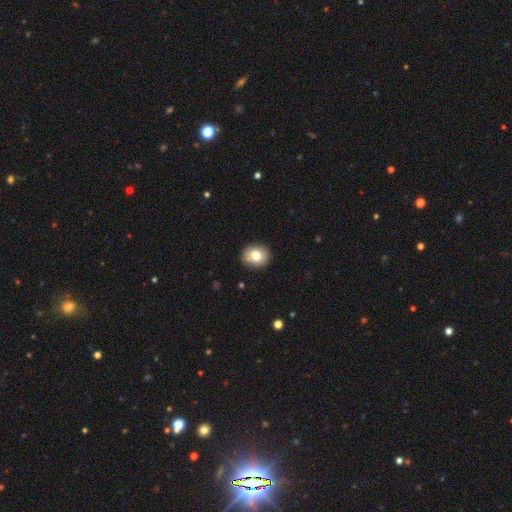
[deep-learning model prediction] Smooth or featured?
  - smooth: 78% *
  - featured or disk: 12%
  - star or artifact: 10%
How rounded?
  - round: 73% *
  - in between: 26%
  - cigar-shaped: 1%
Merging?
  - none: 86% *
  - minor disturbance: 10%
  - major disturbance: 2%
  - merger: 2%